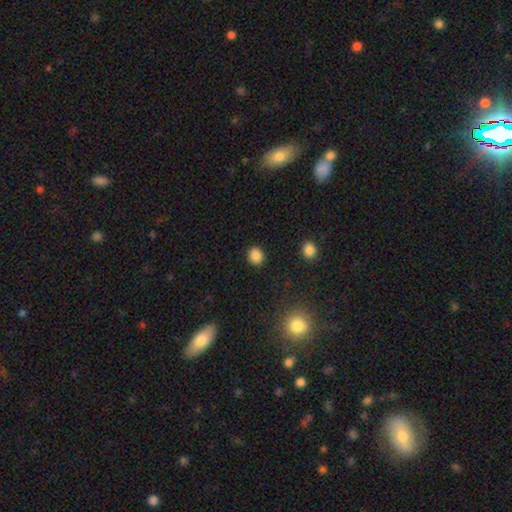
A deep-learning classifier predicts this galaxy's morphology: smooth_or_featured: smooth (p=0.86) [alt: star or artifact p=0.11]
how_rounded: round (p=0.82) [alt: in between p=0.17]
merging: none (p=0.91) [alt: minor disturbance p=0.06]